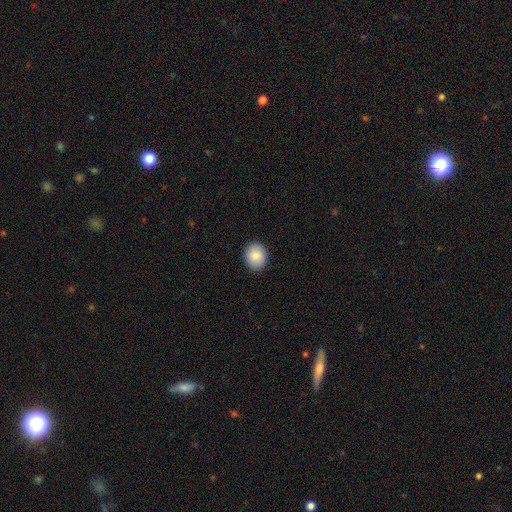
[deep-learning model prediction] This appears to be a smooth galaxy with no disk features (86%) that is round (65%). Merging: none (90%).